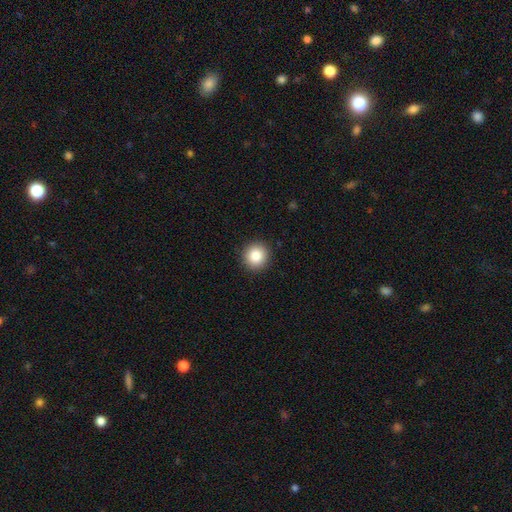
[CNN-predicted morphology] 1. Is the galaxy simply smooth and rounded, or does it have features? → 86% smooth, 9% star or artifact, 5% featured or disk.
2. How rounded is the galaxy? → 91% round, 8% in between, 1% cigar-shaped.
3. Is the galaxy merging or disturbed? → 92% none, 5% minor disturbance, 2% major disturbance, 1% merger.